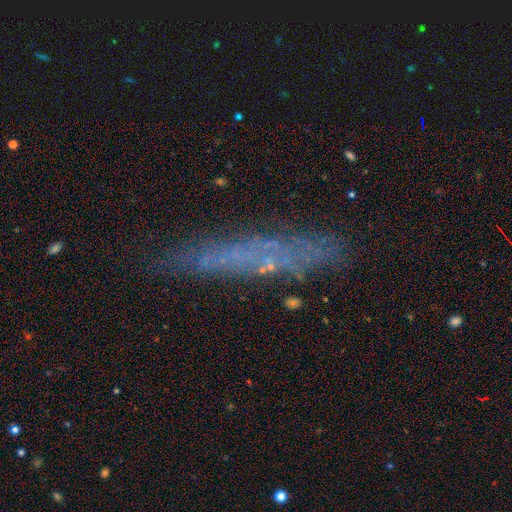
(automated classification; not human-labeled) Morphology: type=featured or disk (43%); merging=none (81%).